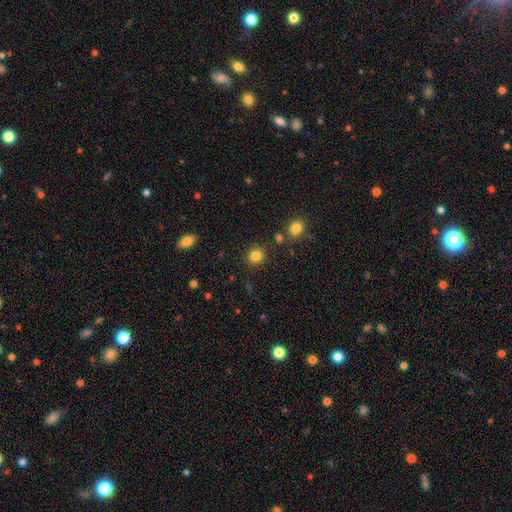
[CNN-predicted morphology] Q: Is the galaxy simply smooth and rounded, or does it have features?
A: smooth — 84%.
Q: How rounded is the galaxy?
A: round — 90%.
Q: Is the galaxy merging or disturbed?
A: none — 87%.